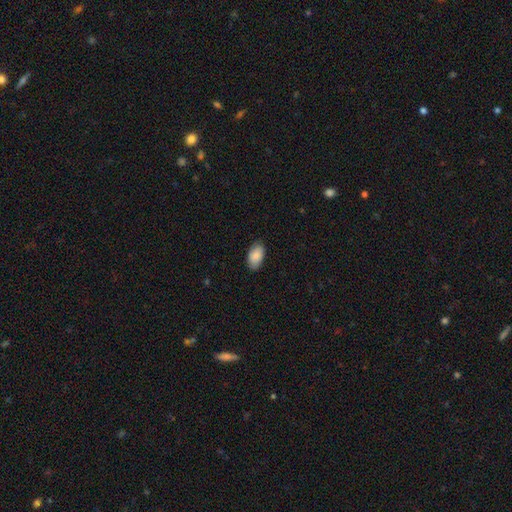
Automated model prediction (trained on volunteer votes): This appears to be a smooth galaxy with no disk features (87%) that is in between round and cigar-shaped (95%). Merging: none (84%).